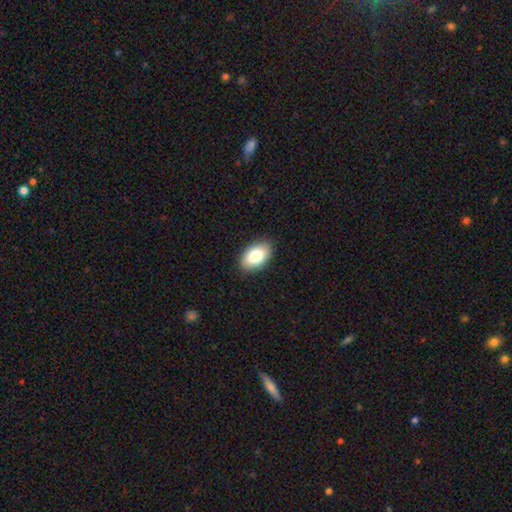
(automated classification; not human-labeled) The model was most divided on "smooth or featured": smooth: 81%, featured or disk: 12%, star or artifact: 7%. More confident: how rounded — in between (93%); merging — none (89%).